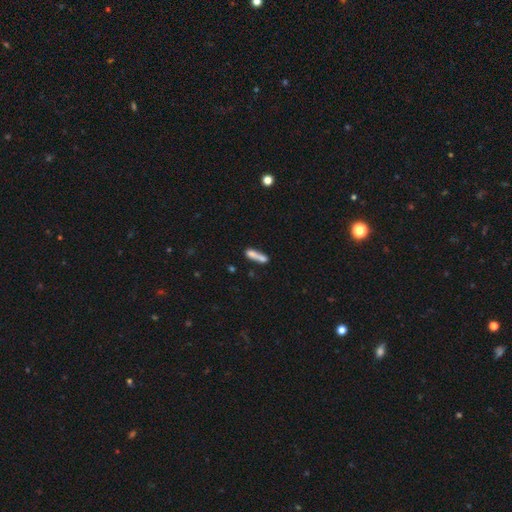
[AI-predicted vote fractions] This appears to be a smooth galaxy with no disk features (68%) that is cigar-shaped (71%). Merging: none (39%).